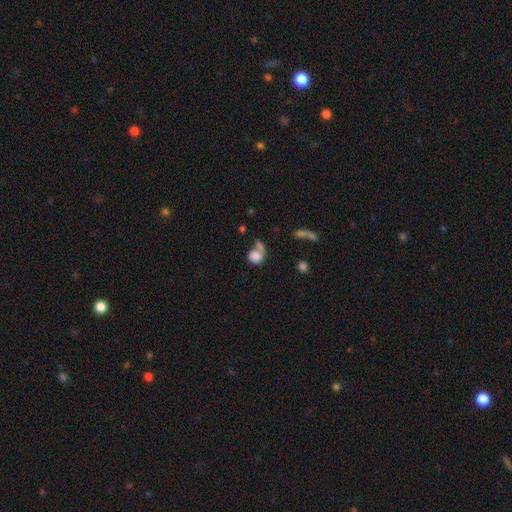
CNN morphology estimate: Q: Smooth or featured?
A: smooth (78%); runner-up: featured or disk (13%)
Q: How rounded?
A: round (73%); runner-up: in between (26%)
Q: Merging?
A: merger (39%); runner-up: none (33%)